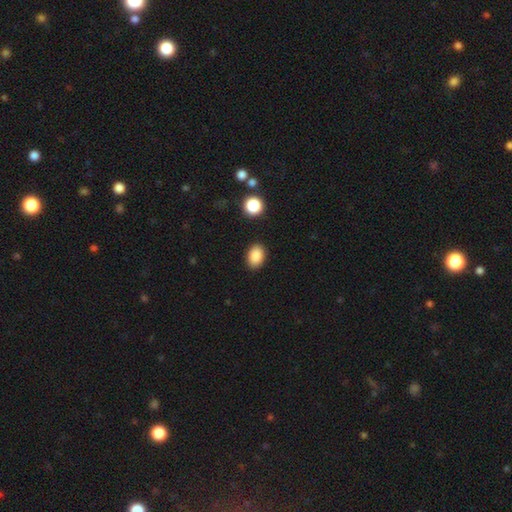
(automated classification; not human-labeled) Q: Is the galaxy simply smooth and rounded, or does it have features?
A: smooth — 88%.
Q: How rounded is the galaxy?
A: in between — 79%.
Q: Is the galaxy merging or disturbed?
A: none — 88%.